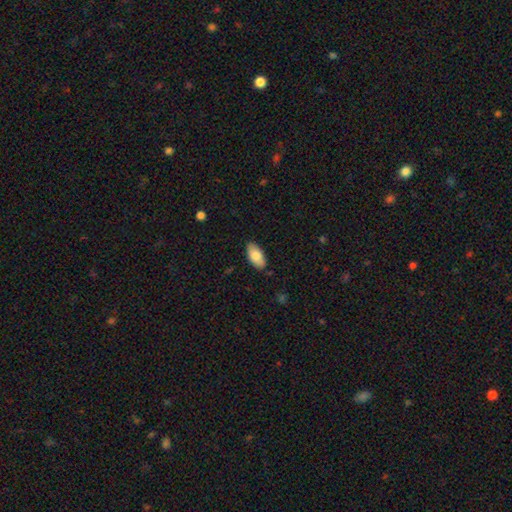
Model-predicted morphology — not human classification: The model was most divided on "smooth or featured": smooth: 83%, featured or disk: 11%, star or artifact: 6%. More confident: how rounded — in between (94%); merging — none (85%).